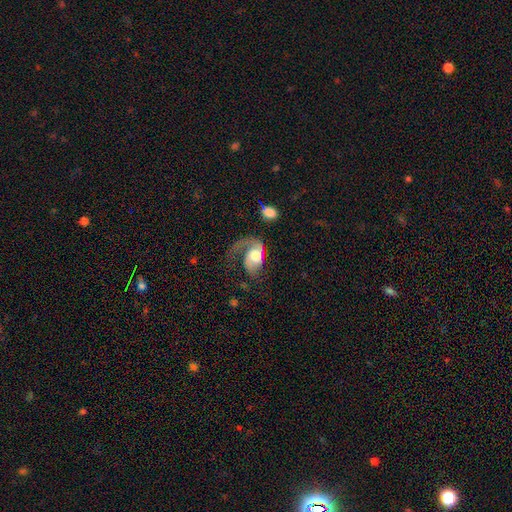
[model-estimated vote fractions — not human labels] The model was most divided on "bulge size": moderate: 48%, large: 33%, small: 11%, dominant: 5%, none: 4%. Remaining: edge-on disk — no (97%); spiral arms — yes (92%); smooth or featured — featured or disk (75%); bar — no (67%); spiral arm count — 1 (65%); spiral winding — loose (52%); merging — major disturbance (48%).